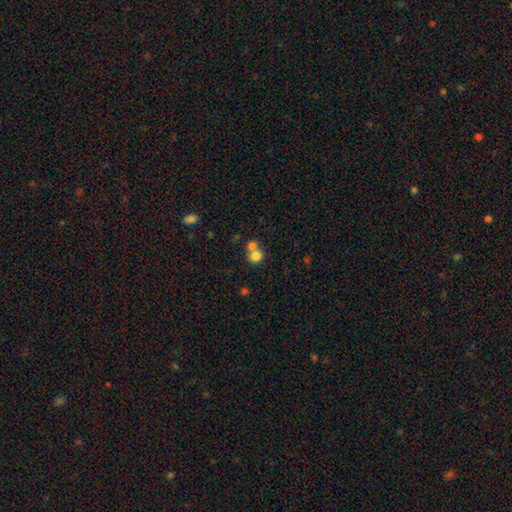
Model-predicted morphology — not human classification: Q: Smooth or featured?
A: smooth (79%); runner-up: star or artifact (10%)
Q: How rounded?
A: round (80%); runner-up: in between (19%)
Q: Merging?
A: merger (53%); runner-up: none (38%)